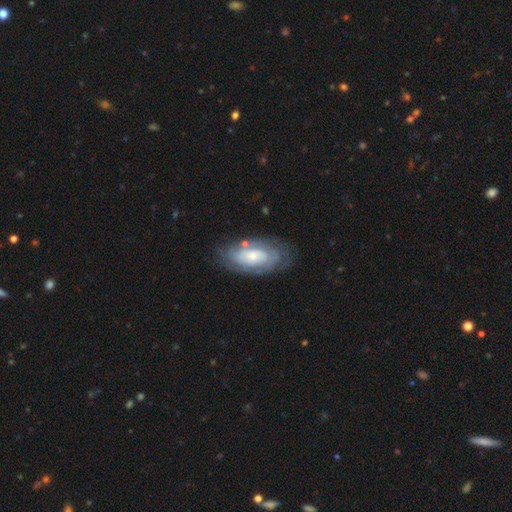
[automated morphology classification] This is likely a featured or disk galaxy (67%). It is clearly not viewed edge-on (91%). Bar: likely no (65%). Spiral arm pattern: clearly yes (82%). Spiral arm count: possibly can't tell (54%). Spiral winding: likely tight (67%). Central bulge: possibly small (49%). Merging: likely none (76%).